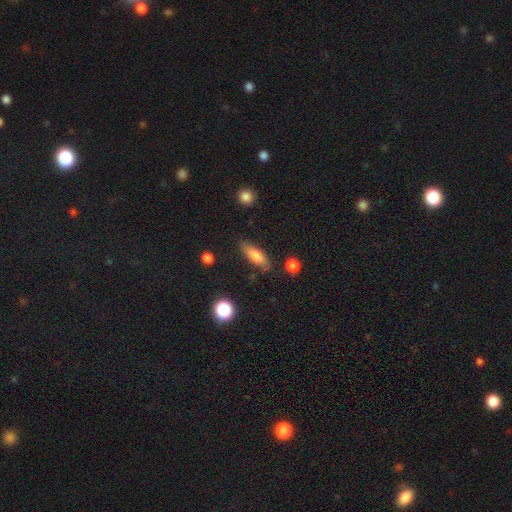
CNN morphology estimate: Smooth or featured?
  - smooth: 76% *
  - featured or disk: 17%
  - star or artifact: 7%
How rounded?
  - in between: 52% *
  - cigar-shaped: 45%
  - round: 3%
Merging?
  - none: 78% *
  - minor disturbance: 15%
  - major disturbance: 4%
  - merger: 3%